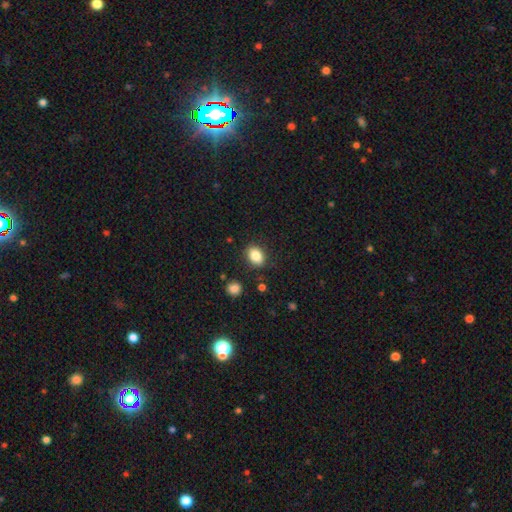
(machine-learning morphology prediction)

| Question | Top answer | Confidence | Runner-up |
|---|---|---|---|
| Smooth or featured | smooth | 86% | star or artifact (9%) |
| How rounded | in between | 71% | round (27%) |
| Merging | none | 85% | minor disturbance (10%) |